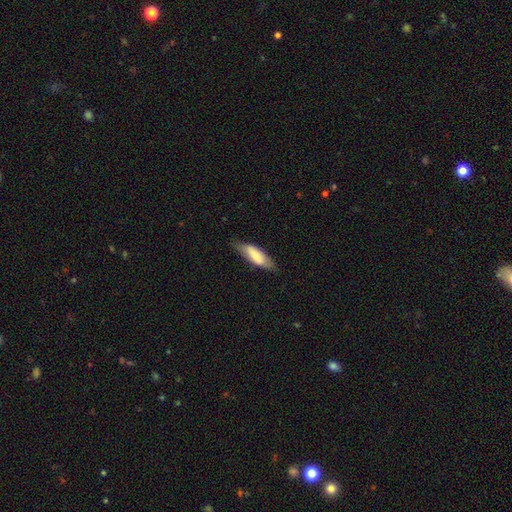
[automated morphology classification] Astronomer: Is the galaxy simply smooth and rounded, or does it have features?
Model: smooth — 73%.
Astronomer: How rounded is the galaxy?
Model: in between — 56% (runner-up: cigar-shaped, 42%).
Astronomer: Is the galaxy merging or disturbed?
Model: none — 69%.